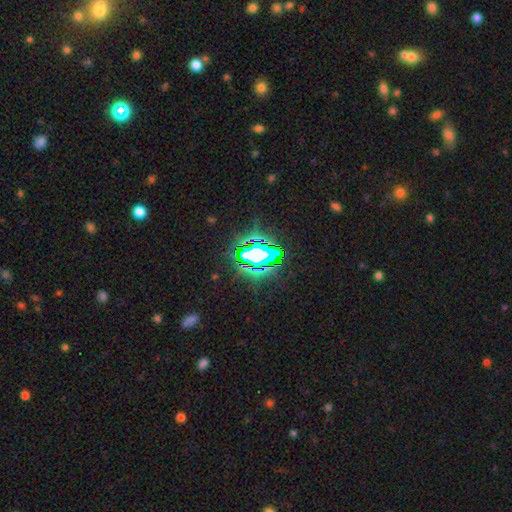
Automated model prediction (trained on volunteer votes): Smooth or featured? star or artifact (74%)